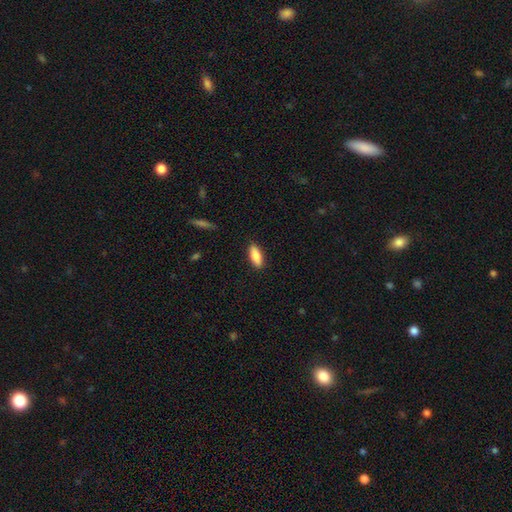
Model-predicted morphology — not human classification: A smooth galaxy with no disk features (82%) that is in between round and cigar-shaped (75%). Merging: none (88%).